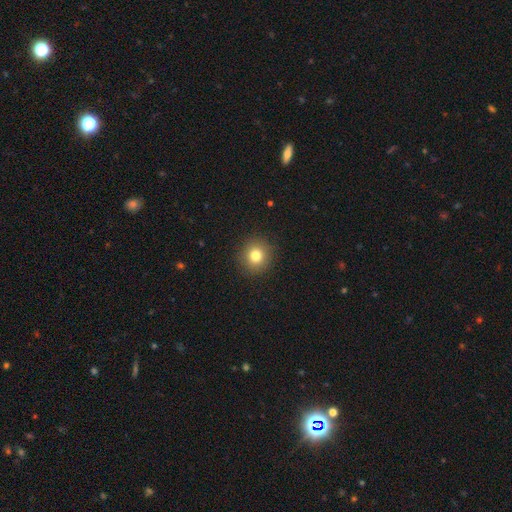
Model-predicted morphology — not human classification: type=smooth (80%); roundness=round (91%); merging=none (91%).